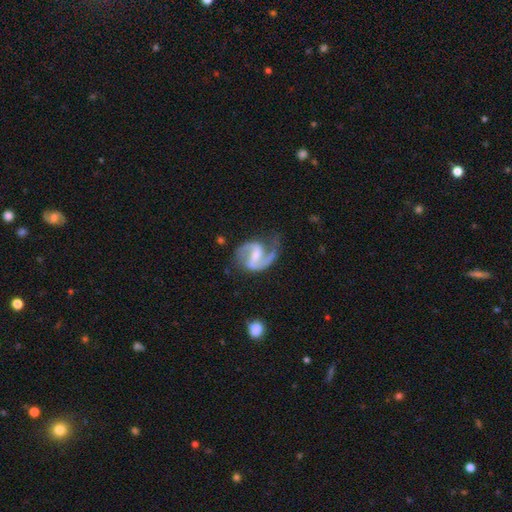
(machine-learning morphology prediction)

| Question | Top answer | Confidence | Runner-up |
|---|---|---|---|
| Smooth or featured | featured or disk | 90% | smooth (6%) |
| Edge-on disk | no | 98% | yes (2%) |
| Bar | weak | 48% | strong (35%) |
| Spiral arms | yes | 97% | no (3%) |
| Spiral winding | medium | 56% | loose (27%) |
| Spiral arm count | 2 | 86% | 1 (8%) |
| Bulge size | small | 39% | moderate (36%) |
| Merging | none | 59% | minor disturbance (22%) |